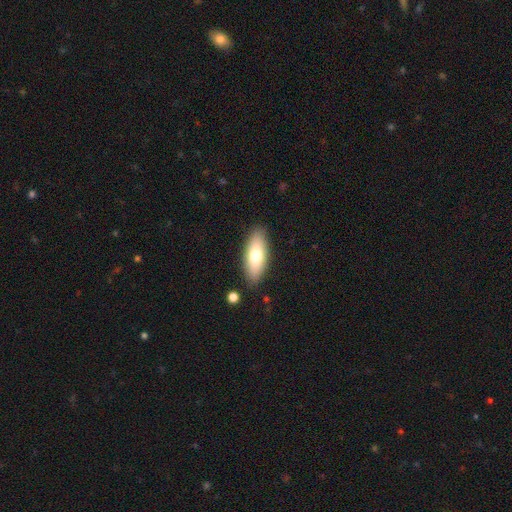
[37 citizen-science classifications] Smooth or featured? 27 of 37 (73%) said smooth. How rounded? 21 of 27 (78%) said in between. Merging? 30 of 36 (83%) said none.